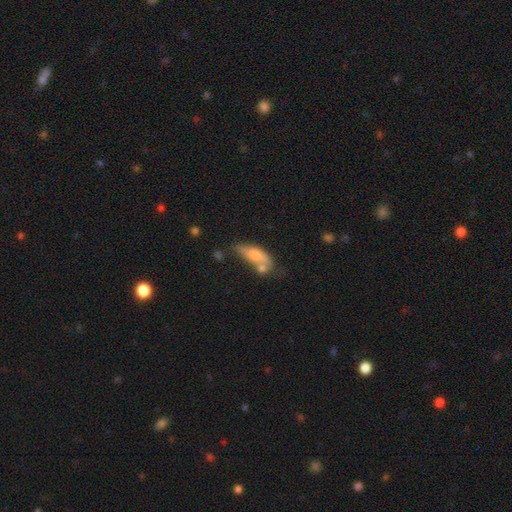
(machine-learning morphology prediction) type=smooth (62%); roundness=in between (62%); merging=none (36%).